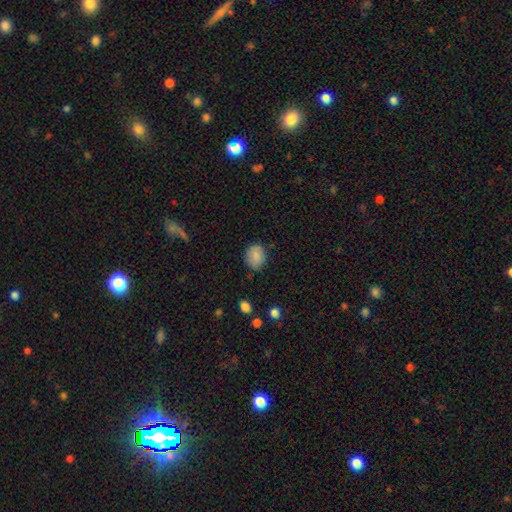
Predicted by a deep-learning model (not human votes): Smooth or featured? Predicted: smooth (p=0.84). How rounded? Predicted: round (p=0.50). Merging? Predicted: none (p=0.79).